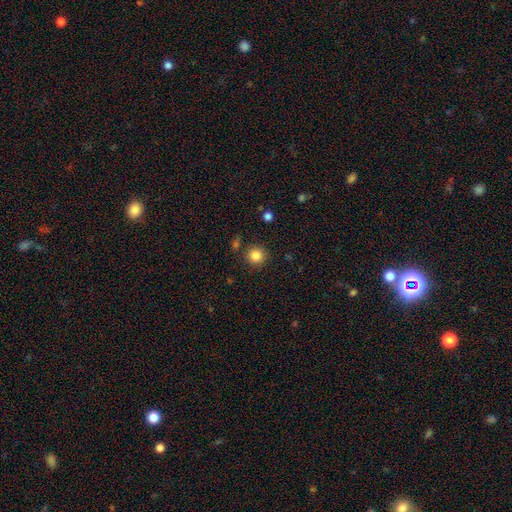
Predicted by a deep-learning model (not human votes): Smooth or featured? Predicted: smooth (p=0.84). How rounded? Predicted: round (p=0.94). Merging? Predicted: none (p=0.87).